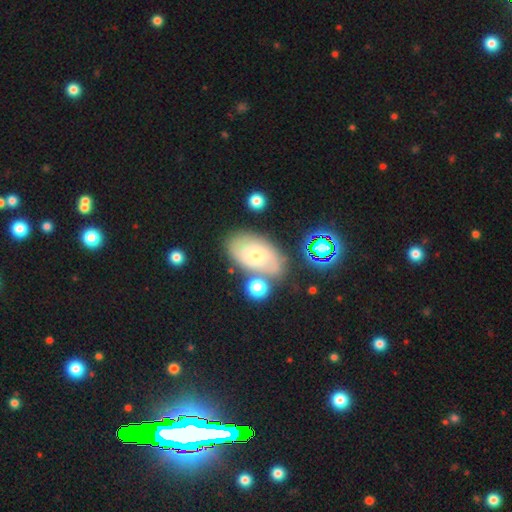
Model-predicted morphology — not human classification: A featured or disk galaxy (46%).

Vote fractions:
- Smooth or featured? featured or disk: 46% / smooth: 43% / star or artifact: 11%
- Merging? none: 65% / minor disturbance: 16% / merger: 13% / major disturbance: 6%